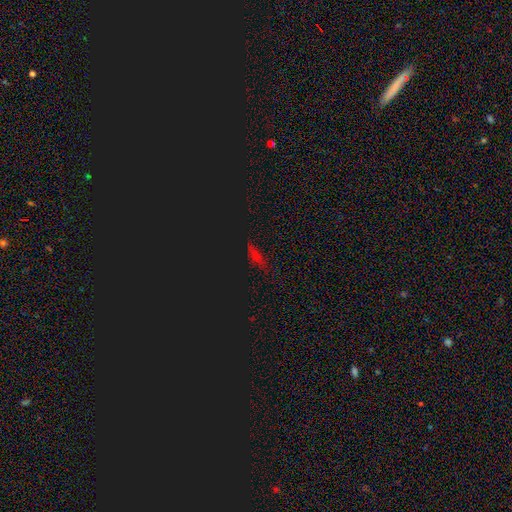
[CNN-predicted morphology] This is possibly a star or artifact rather than a galaxy (52%).